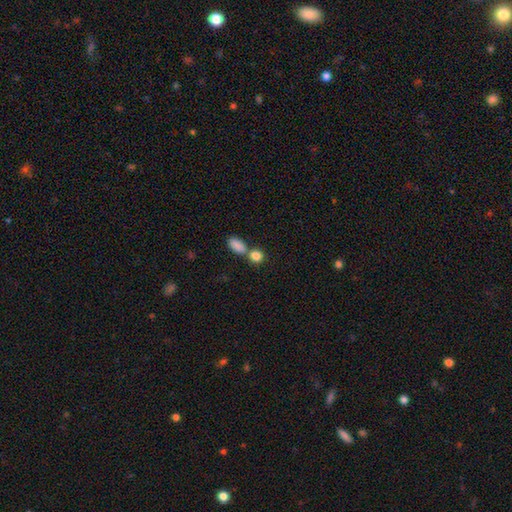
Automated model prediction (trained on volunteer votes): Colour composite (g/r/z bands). It shows a smooth galaxy with no disk features (85%) that is round (64%). Merging: none (48%).